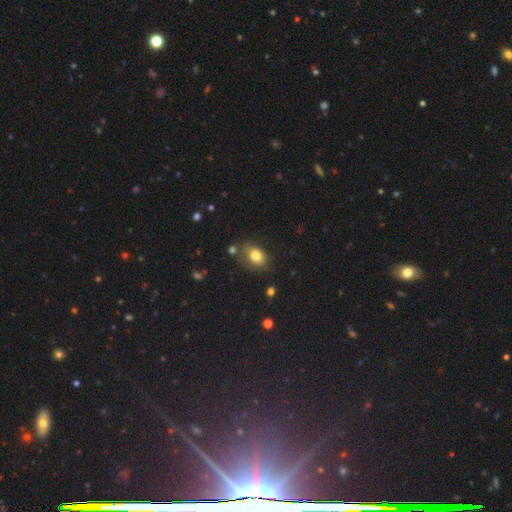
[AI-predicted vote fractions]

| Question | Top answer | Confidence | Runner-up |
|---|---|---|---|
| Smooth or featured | smooth | 82% | star or artifact (10%) |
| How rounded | in between | 75% | round (24%) |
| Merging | none | 66% | minor disturbance (20%) |